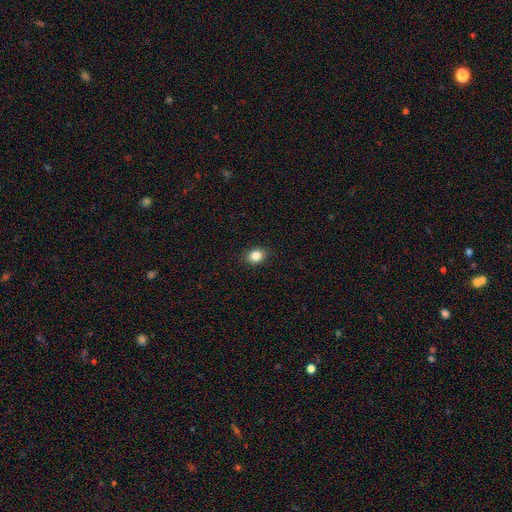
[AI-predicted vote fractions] Morphology: type=smooth (85%); roundness=in between (51%); merging=none (89%).